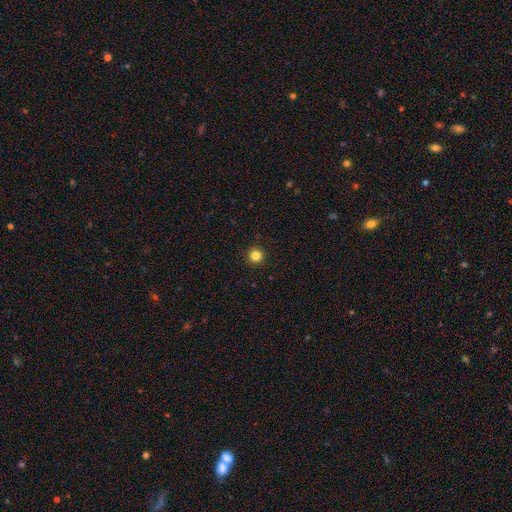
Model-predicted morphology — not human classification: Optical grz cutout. It shows a smooth galaxy with no disk features (84%) that is round (96%). Merging: none (93%).